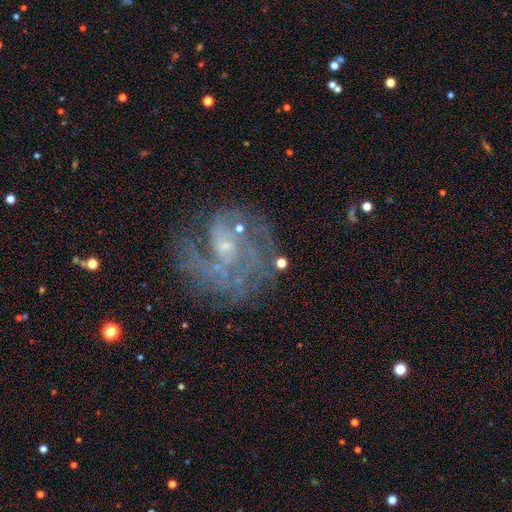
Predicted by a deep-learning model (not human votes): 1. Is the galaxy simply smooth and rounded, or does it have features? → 79% featured or disk, 13% star or artifact, 8% smooth.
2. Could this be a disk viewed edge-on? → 98% no, 2% yes.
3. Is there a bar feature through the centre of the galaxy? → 56% no, 36% weak, 8% strong.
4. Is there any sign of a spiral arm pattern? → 91% yes, 9% no.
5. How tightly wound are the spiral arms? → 42% tight, 41% medium, 17% loose.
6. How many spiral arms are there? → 31% can't tell, 22% 2, 19% 3, 11% 4, 9% 1, 8% more than 4.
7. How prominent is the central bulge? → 69% small, 15% none, 14% moderate, 1% large, 1% dominant.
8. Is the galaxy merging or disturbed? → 64% none, 17% minor disturbance, 16% major disturbance, 3% merger.